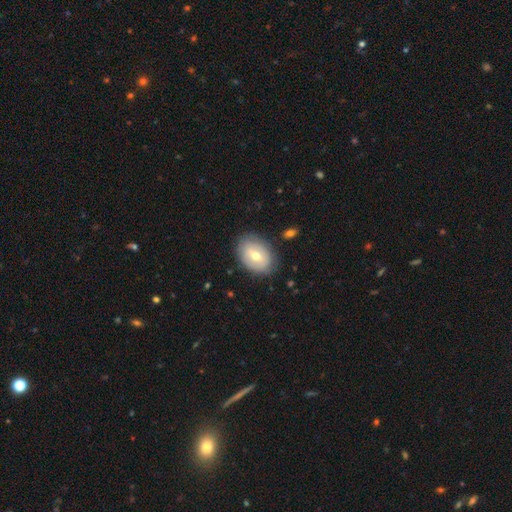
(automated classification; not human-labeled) A smooth galaxy with no disk features (54%) that is in between round and cigar-shaped (74%).

Vote fractions:
- Smooth or featured? smooth: 54% / featured or disk: 39% / star or artifact: 7%
- How rounded? in between: 74% / round: 25% / cigar-shaped: 1%
- Merging? none: 81% / minor disturbance: 14% / major disturbance: 4% / merger: 1%